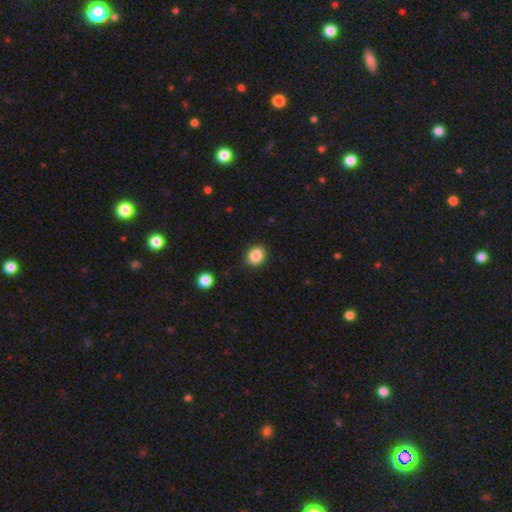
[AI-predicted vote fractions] The model was most divided on "how rounded": round: 65%, in between: 34%, cigar-shaped: 1%. More confident: merging — none (90%); smooth or featured — smooth (87%).